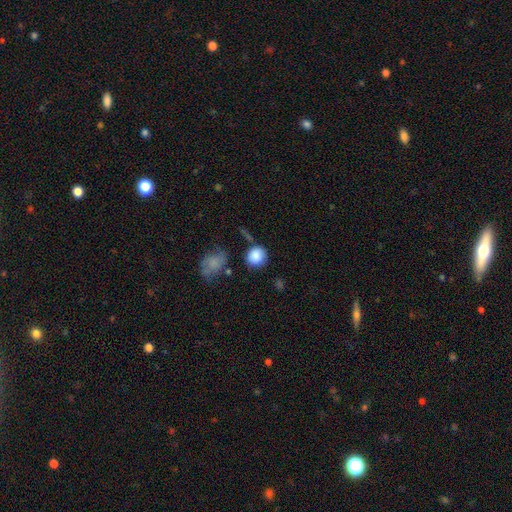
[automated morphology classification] Smooth or featured: smooth — 86% (star or artifact — 8%)
How rounded: round — 85% (in between — 14%)
Merging: none — 70% (minor disturbance — 17%)